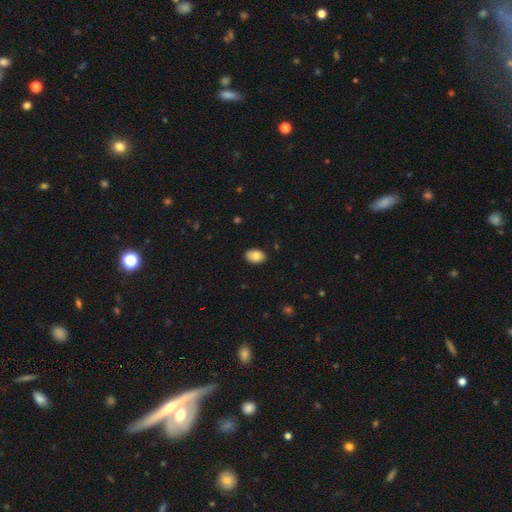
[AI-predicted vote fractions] Q: Smooth or featured?
A: smooth (80%); runner-up: featured or disk (13%)
Q: How rounded?
A: in between (82%); runner-up: round (17%)
Q: Merging?
A: none (88%); runner-up: minor disturbance (9%)